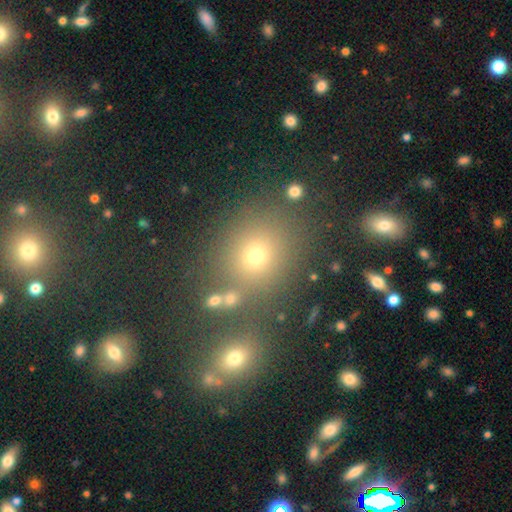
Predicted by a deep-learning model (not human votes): A smooth galaxy with no disk features (62%) that is round (70%). Merging: none (74%).